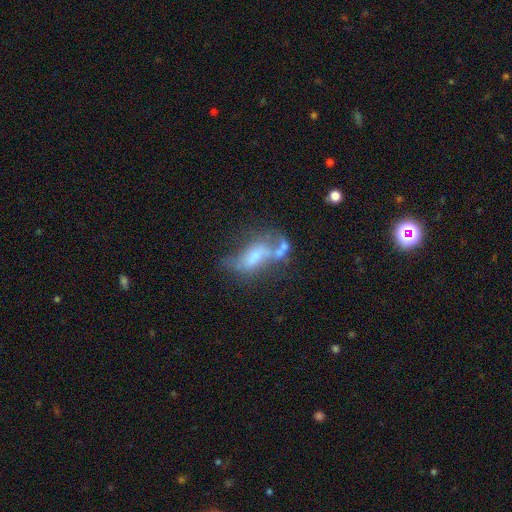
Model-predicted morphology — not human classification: smooth_or_featured: featured or disk (p=0.54) [alt: smooth p=0.34]
disk_edge_on: no (p=0.88) [alt: yes p=0.12]
merging: merger (p=0.36) [alt: major disturbance p=0.25]